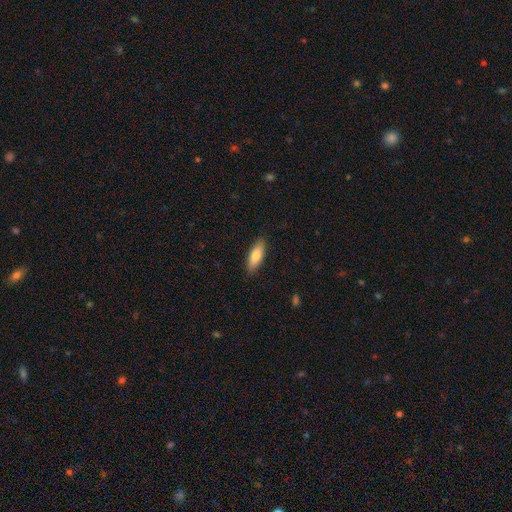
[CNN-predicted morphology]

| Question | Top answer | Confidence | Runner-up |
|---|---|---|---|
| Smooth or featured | smooth | 81% | featured or disk (13%) |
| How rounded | in between | 61% | cigar-shaped (37%) |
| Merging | none | 88% | minor disturbance (9%) |